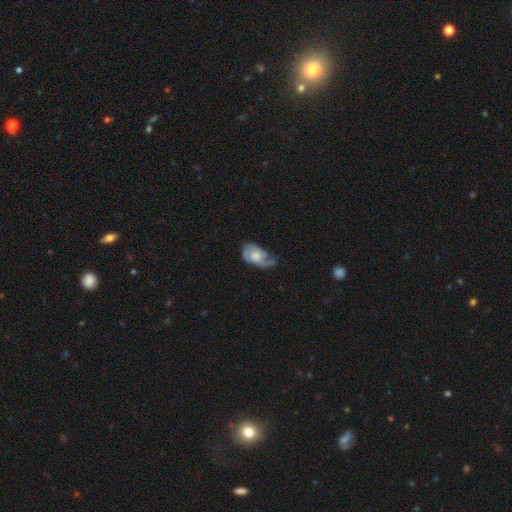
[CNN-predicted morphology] A featured or disk galaxy (62%) with no bar (73%), 2 (49%) medium (41%) spiral arms (84%) and a moderate central bulge (47%).

Vote fractions:
- Smooth or featured? featured or disk: 62% / smooth: 31% / star or artifact: 6%
- Edge-on disk? no: 96% / yes: 4%
- Bar? no: 73% / weak: 23% / strong: 3%
- Spiral arms? yes: 84% / no: 16%
- Spiral winding? medium: 41% / tight: 31% / loose: 27%
- Spiral arm count? 2: 49% / 1: 24% / can't tell: 17% / 3: 7% / 4: 2% / more than 4: 2%
- Bulge size? moderate: 47% / large: 21% / small: 20% / none: 9% / dominant: 2%
- Merging? none: 38% / minor disturbance: 34% / major disturbance: 25% / merger: 3%